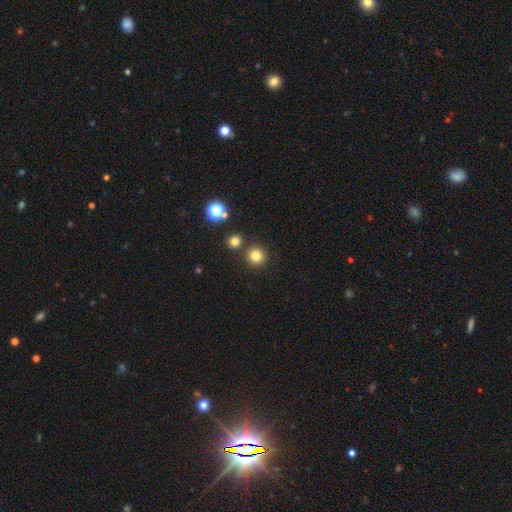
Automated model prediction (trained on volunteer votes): Smooth or featured? smooth (79%)
How rounded? round (93%)
Merging? none (84%)